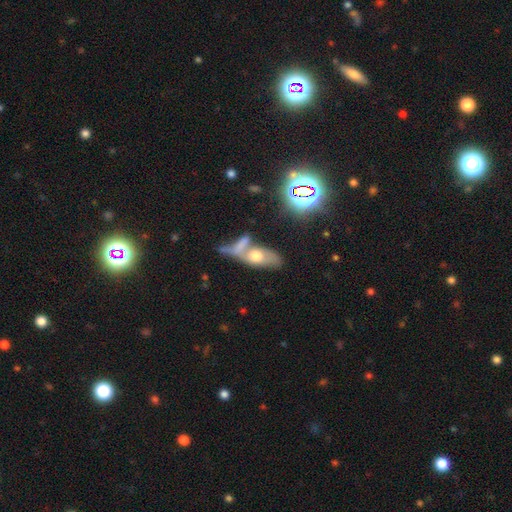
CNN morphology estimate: smooth 49%, featured or disk 37%, star or artifact 13%. Down the decision tree: merging — merger (50%).